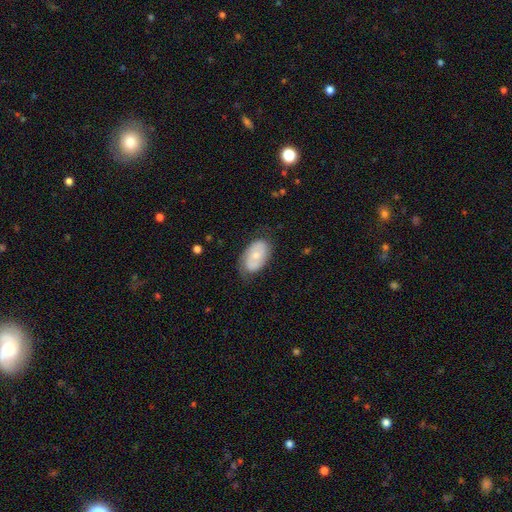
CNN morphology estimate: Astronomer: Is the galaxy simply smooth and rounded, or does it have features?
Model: smooth — 49% (runner-up: featured or disk, 45%).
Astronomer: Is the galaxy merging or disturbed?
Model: none — 68%.